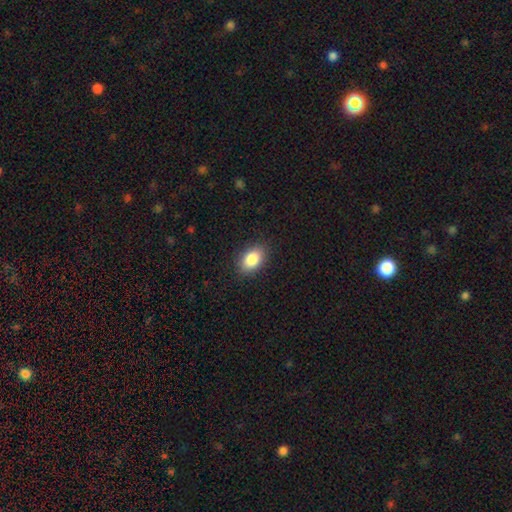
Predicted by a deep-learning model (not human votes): A smooth galaxy with no disk features (86%) that is in between round and cigar-shaped (88%).

Vote fractions:
- Smooth or featured? smooth: 86% / star or artifact: 8% / featured or disk: 6%
- How rounded? in between: 88% / round: 11% / cigar-shaped: 2%
- Merging? none: 89% / minor disturbance: 8% / major disturbance: 2% / merger: 1%